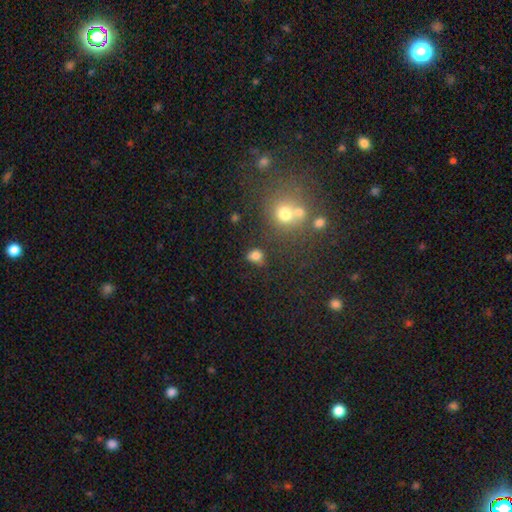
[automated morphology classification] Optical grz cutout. It shows a smooth galaxy with no disk features (79%) that is in between round and cigar-shaped (50%). Merging: none (65%).